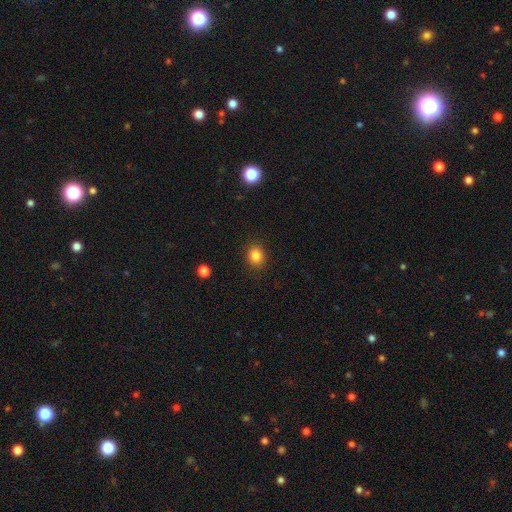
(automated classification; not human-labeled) Smooth or featured? smooth (84%)
How rounded? round (69%)
Merging? none (89%)